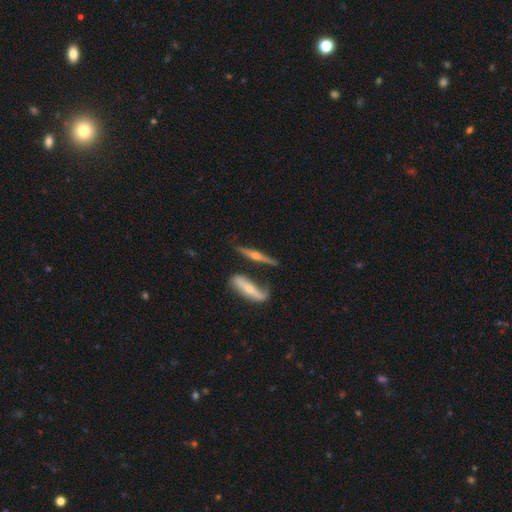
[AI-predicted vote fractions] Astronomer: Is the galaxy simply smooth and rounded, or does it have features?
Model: featured or disk — 73%.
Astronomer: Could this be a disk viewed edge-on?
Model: yes — 93%.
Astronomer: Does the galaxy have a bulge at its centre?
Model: rounded — 92%.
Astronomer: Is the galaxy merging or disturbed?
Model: none — 67%.